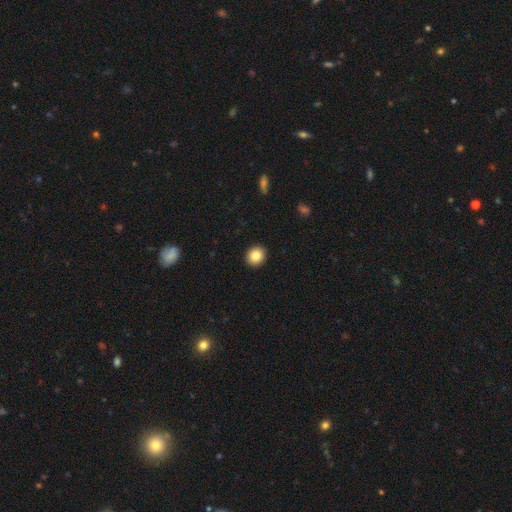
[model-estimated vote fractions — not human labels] Smooth or featured?
  - smooth: 85% *
  - star or artifact: 9%
  - featured or disk: 6%
How rounded?
  - round: 83% *
  - in between: 16%
  - cigar-shaped: 1%
Merging?
  - none: 93% *
  - minor disturbance: 5%
  - major disturbance: 1%
  - merger: 1%